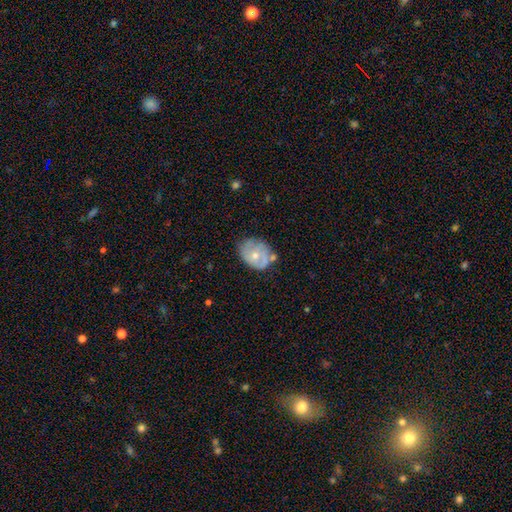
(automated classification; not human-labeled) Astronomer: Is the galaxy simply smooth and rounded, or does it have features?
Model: featured or disk — 52% (runner-up: smooth, 41%).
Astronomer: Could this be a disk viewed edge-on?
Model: no — 96%.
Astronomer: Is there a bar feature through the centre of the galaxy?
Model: no — 80%.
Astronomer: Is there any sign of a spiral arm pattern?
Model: yes — 60% (runner-up: no, 40%).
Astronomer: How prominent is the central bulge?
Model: moderate — 49% (runner-up: small, 47%).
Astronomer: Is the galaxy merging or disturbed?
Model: none — 49% (runner-up: minor disturbance, 31%).